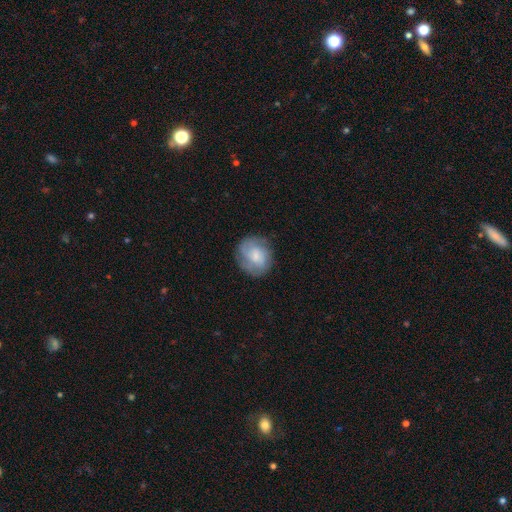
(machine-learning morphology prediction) type=smooth (51%); roundness=round (76%); merging=none (74%).